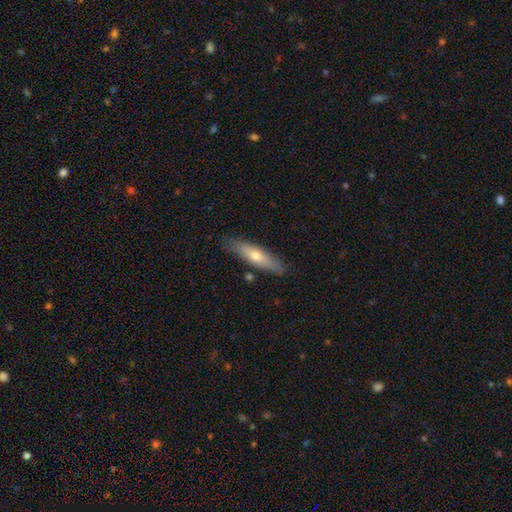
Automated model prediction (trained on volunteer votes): The model was most divided on "smooth or featured": smooth: 57%, featured or disk: 37%, star or artifact: 6%. More confident: merging — none (82%); how rounded — cigar-shaped (68%).